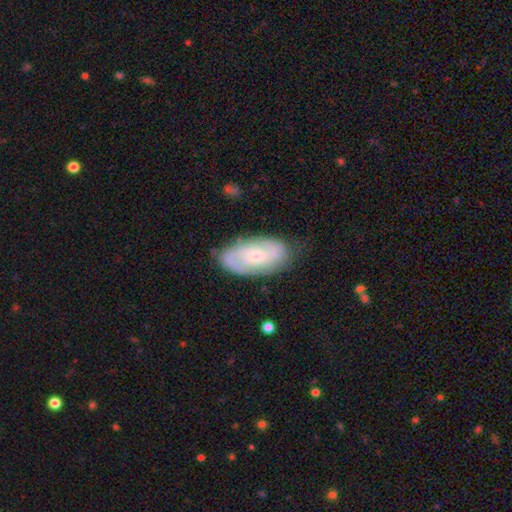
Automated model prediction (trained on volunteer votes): smooth_or_featured: featured or disk (p=0.70) [alt: smooth p=0.24]
disk_edge_on: no (p=0.94) [alt: yes p=0.06]
bar: no (p=0.66) [alt: weak p=0.28]
has_spiral_arms: yes (p=0.90) [alt: no p=0.10]
spiral_winding: tight (p=0.52) [alt: medium p=0.36]
spiral_arm_count: 2 (p=0.54) [alt: can't tell p=0.29]
bulge_size: small (p=0.69) [alt: moderate p=0.26]
merging: none (p=0.75) [alt: minor disturbance p=0.19]